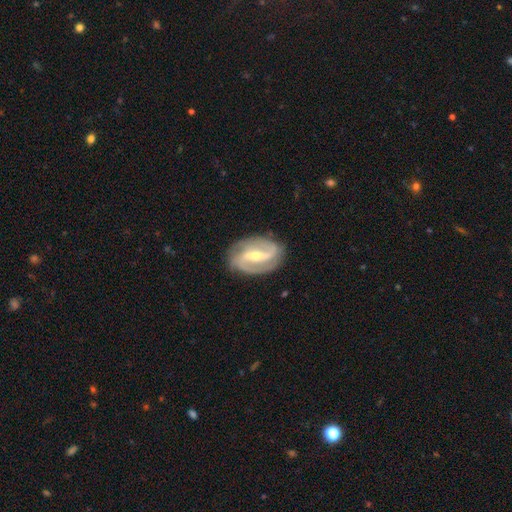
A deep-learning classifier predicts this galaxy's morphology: This appears to be a featured or disk galaxy (88%) with a strong bar (55%), 2 (86%) medium (45%) spiral arms (96%) and a small central bulge (50%). Merging: none (82%).